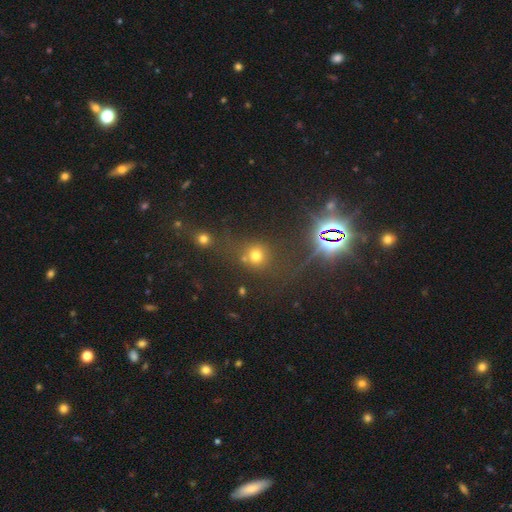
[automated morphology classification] smooth 64%, star or artifact 26%, featured or disk 9%. Down the decision tree: how rounded — round (86%); merging — none (66%).